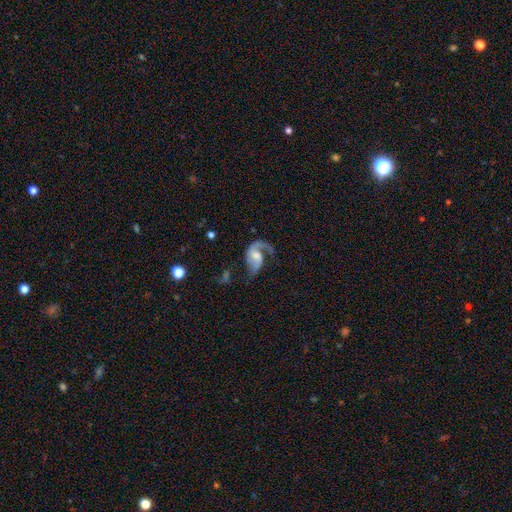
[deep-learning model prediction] Morphology: type=featured or disk (82%); edge-on=no (98%); bar=no (48%); spiral arms=yes (94%); winding=loose (52%); arm count=2 (51%); bulge=moderate (45%); merging=major disturbance (39%).